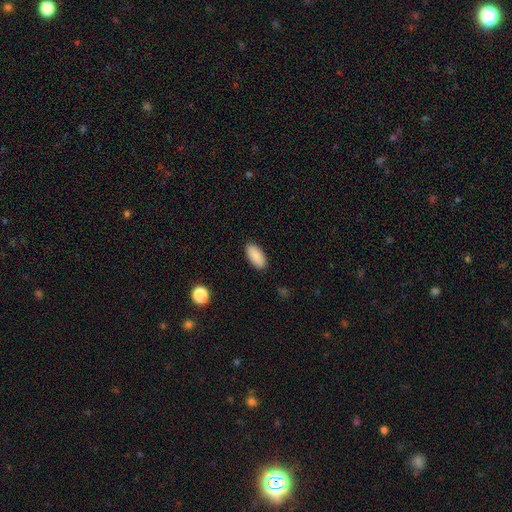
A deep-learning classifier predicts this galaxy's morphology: This appears to be a smooth galaxy with no disk features (90%) that is in between round and cigar-shaped (91%). Merging: none (89%).